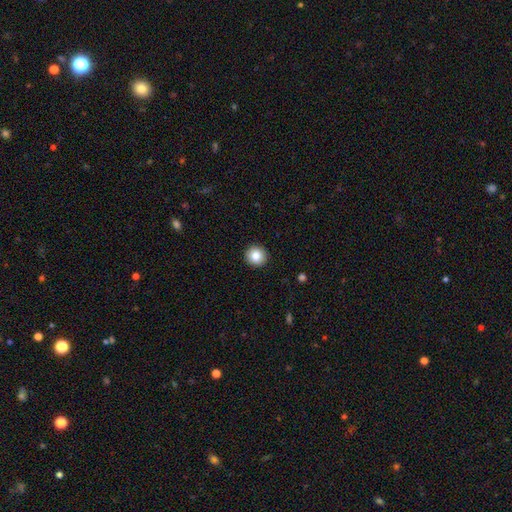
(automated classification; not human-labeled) Overall: smooth (84%). How rounded: round (94%). Merging: none (93%).